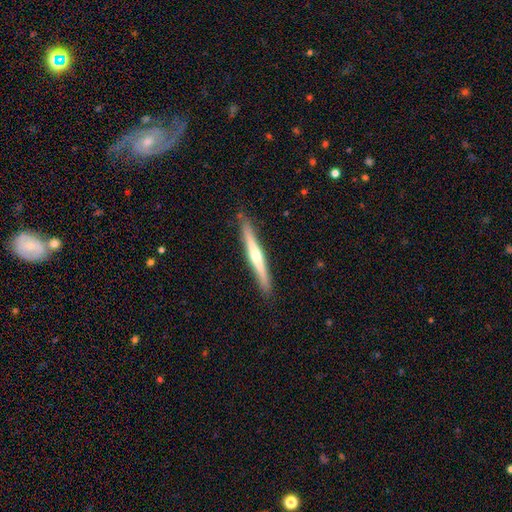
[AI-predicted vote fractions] The model was most divided on "smooth or featured": featured or disk: 67%, smooth: 28%, star or artifact: 5%. More confident: edge-on disk — yes (97%); merging — none (89%); edge-on bulge — rounded (81%).